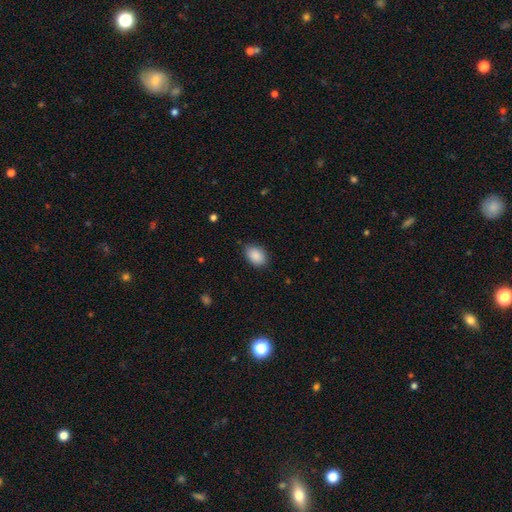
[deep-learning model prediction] Smooth or featured: smooth — 89% (star or artifact — 7%)
How rounded: in between — 82% (round — 17%)
Merging: none — 82% (minor disturbance — 14%)